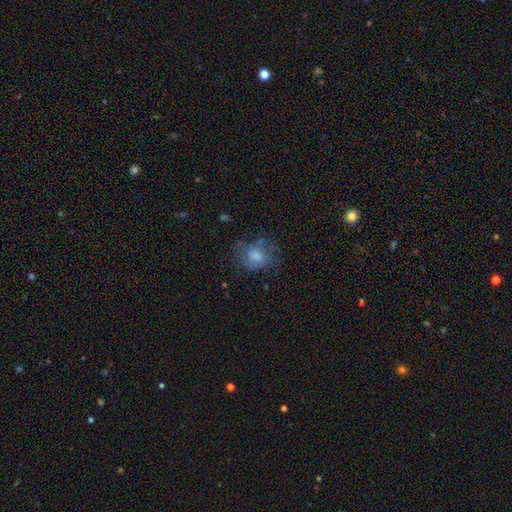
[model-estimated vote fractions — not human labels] A smooth galaxy with no disk features (70%) that is round (58%).

Vote fractions:
- Smooth or featured? smooth: 70% / featured or disk: 19% / star or artifact: 10%
- How rounded? round: 58% / in between: 41% / cigar-shaped: 1%
- Merging? none: 57% / minor disturbance: 23% / major disturbance: 18% / merger: 2%